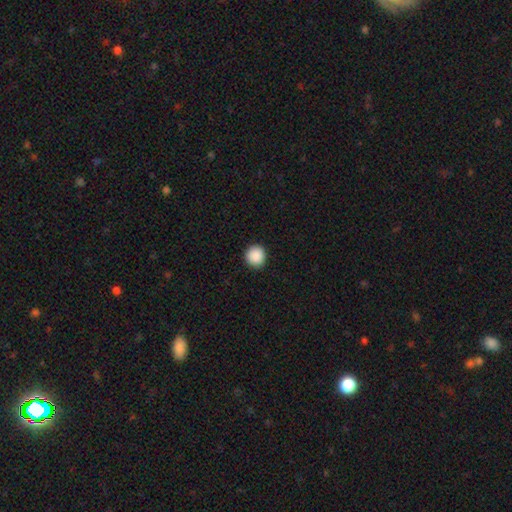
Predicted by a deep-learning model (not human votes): Smooth or featured?
  - smooth: 89% *
  - star or artifact: 8%
  - featured or disk: 2%
How rounded?
  - round: 94% *
  - in between: 5%
  - cigar-shaped: 1%
Merging?
  - none: 92% *
  - minor disturbance: 6%
  - major disturbance: 2%
  - merger: 1%